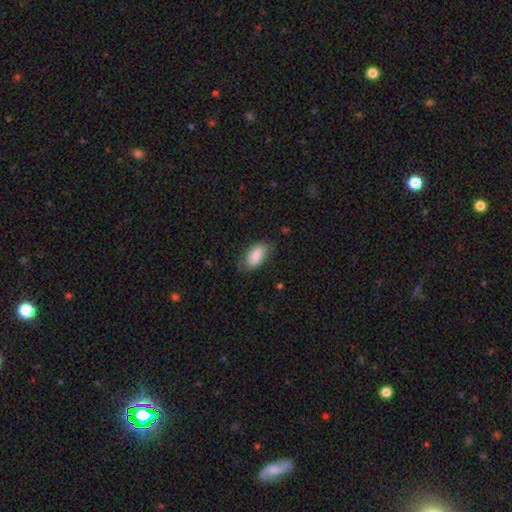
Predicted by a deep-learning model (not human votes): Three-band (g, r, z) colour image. It shows a smooth galaxy with no disk features (84%) that is in between round and cigar-shaped (90%). Merging: none (71%).